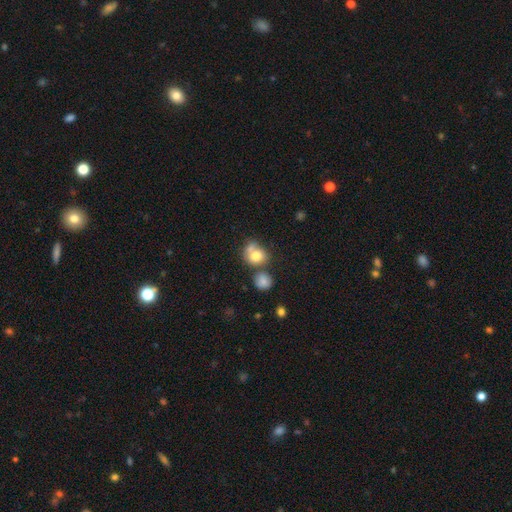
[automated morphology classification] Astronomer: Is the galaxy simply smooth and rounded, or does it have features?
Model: smooth — 76%.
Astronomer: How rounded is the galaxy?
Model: round — 72%.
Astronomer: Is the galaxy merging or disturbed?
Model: merger — 41% (runner-up: none, 37%).